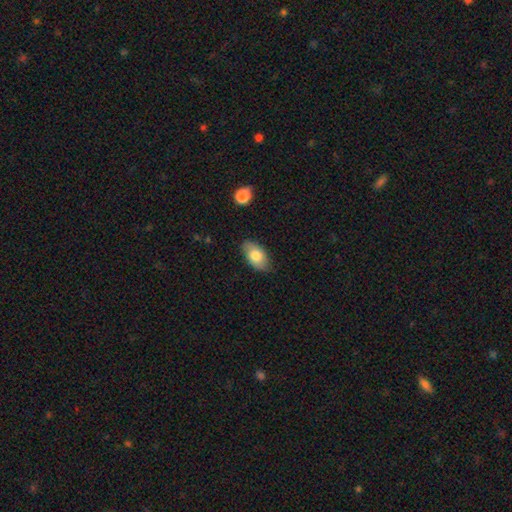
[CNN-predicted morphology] Smooth or featured? Predicted: smooth (p=0.78). How rounded? Predicted: in between (p=0.93). Merging? Predicted: none (p=0.79).